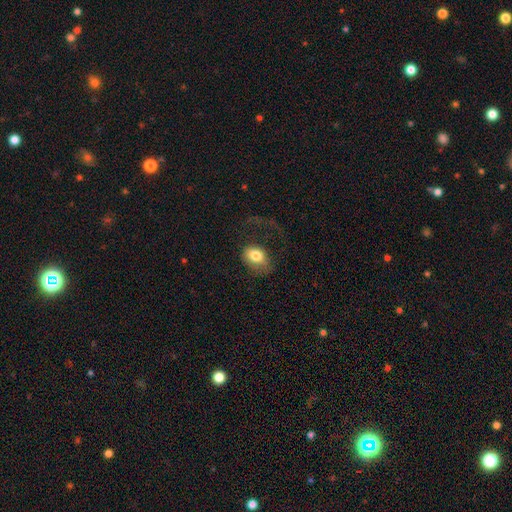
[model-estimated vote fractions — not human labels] The model was most divided on "merging": major disturbance: 41%, none: 37%, minor disturbance: 19%, merger: 2%. More confident: smooth or featured — smooth (77%); how rounded — in between (73%).